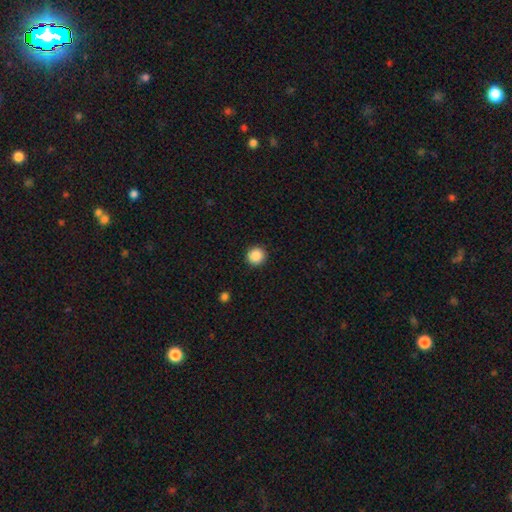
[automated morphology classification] smooth-or-featured: smooth: 88% | star or artifact: 9% | featured or disk: 3%
  how-rounded: round: 94% | in between: 5% | cigar-shaped: 1%
  merging: none: 92% | minor disturbance: 5% | major disturbance: 2% | merger: 1%